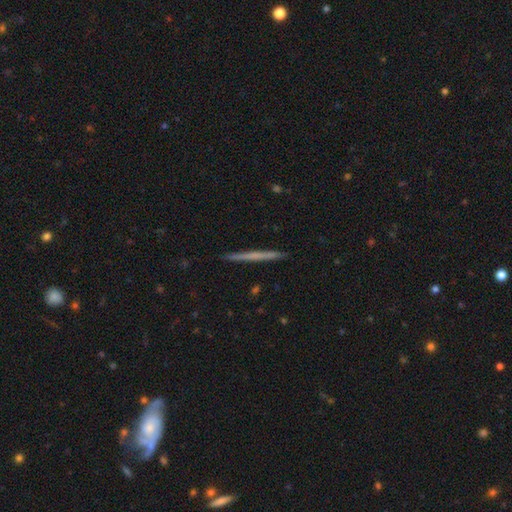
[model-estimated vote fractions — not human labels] Smooth or featured? smooth (48%)
Merging? none (93%)